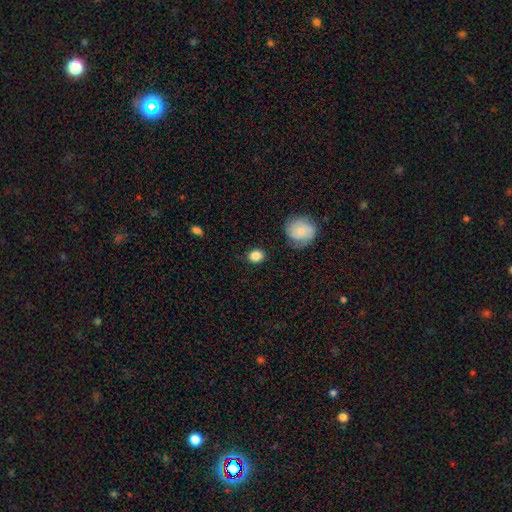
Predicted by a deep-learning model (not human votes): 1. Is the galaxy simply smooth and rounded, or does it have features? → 86% smooth, 8% star or artifact, 6% featured or disk.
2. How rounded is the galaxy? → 68% round, 30% in between, 1% cigar-shaped.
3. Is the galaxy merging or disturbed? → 83% none, 12% minor disturbance, 3% major disturbance, 2% merger.